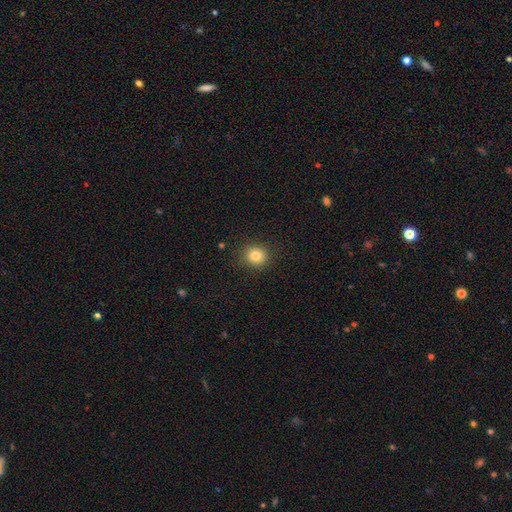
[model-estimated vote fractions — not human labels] smooth 82%, star or artifact 11%, featured or disk 7%. Down the decision tree: how rounded — round (87%); merging — none (89%).